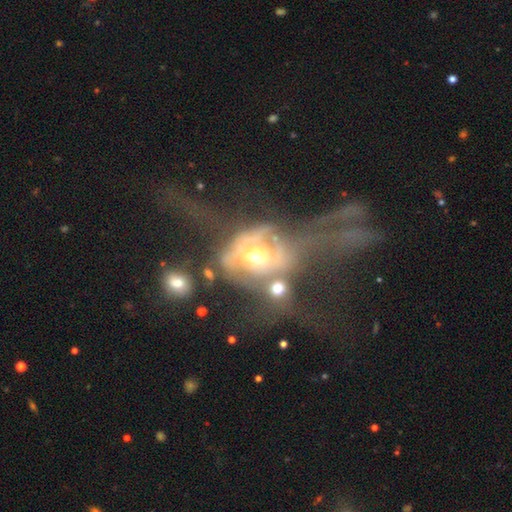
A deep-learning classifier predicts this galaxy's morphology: A featured or disk galaxy (73%) with no bar (71%), spiral arms (50%, tied with no) and a moderate central bulge (69%). Merging: major disturbance (53%).